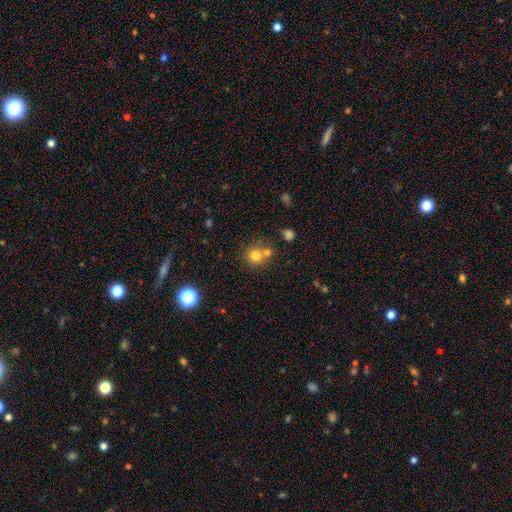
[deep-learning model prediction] smooth-or-featured: smooth: 77% | star or artifact: 14% | featured or disk: 9%
  how-rounded: round: 87% | in between: 12% | cigar-shaped: 1%
  merging: none: 57% | merger: 31% | minor disturbance: 9% | major disturbance: 4%